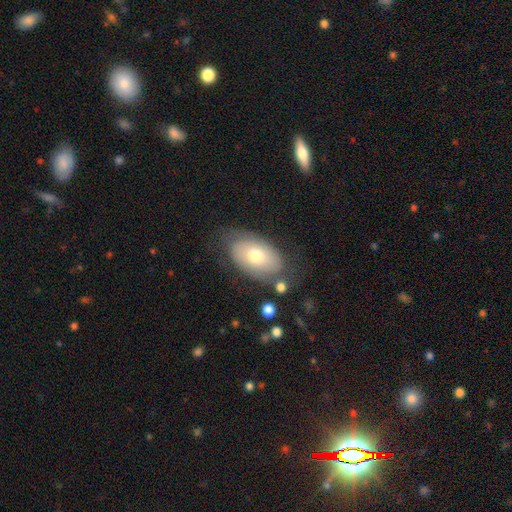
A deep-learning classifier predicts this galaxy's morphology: Smooth or featured? Predicted: smooth (p=0.59). How rounded? Predicted: in between (p=0.91). Merging? Predicted: none (p=0.68).